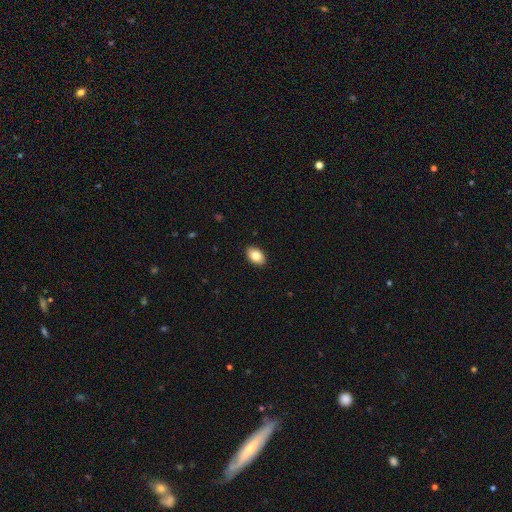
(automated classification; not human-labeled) The model was most divided on "smooth or featured": smooth: 83%, featured or disk: 10%, star or artifact: 8%. More confident: merging — none (90%); how rounded — in between (88%).